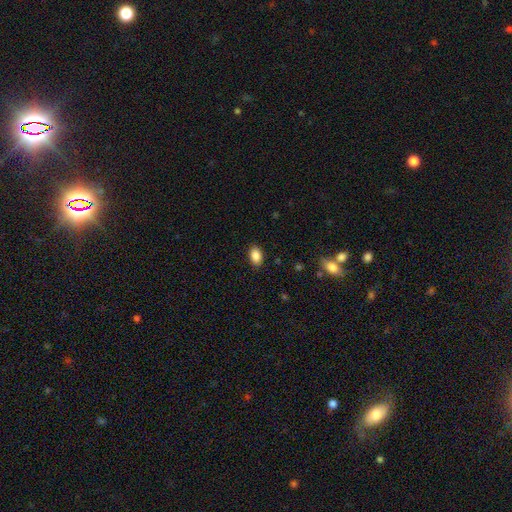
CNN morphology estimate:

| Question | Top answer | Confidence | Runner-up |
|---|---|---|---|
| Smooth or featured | smooth | 87% | star or artifact (8%) |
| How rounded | in between | 87% | round (11%) |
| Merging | none | 88% | minor disturbance (9%) |